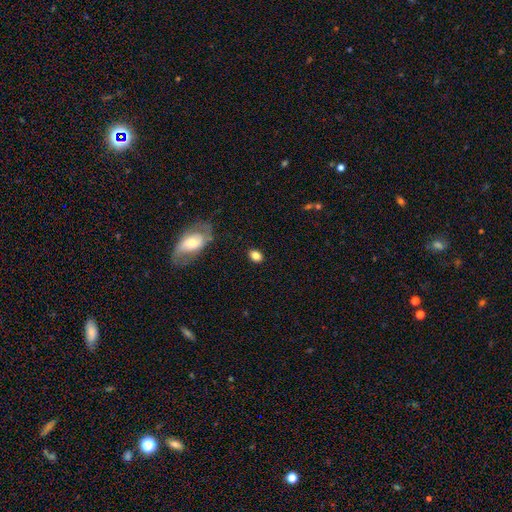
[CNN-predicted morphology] This is clearly a smooth galaxy (83%). How rounded: likely in between (74%). Merging: clearly none (84%).